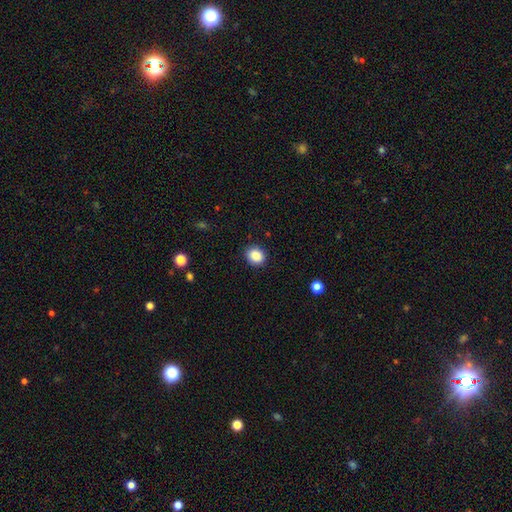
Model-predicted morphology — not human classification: type=smooth (88%); roundness=round (68%); merging=none (89%).